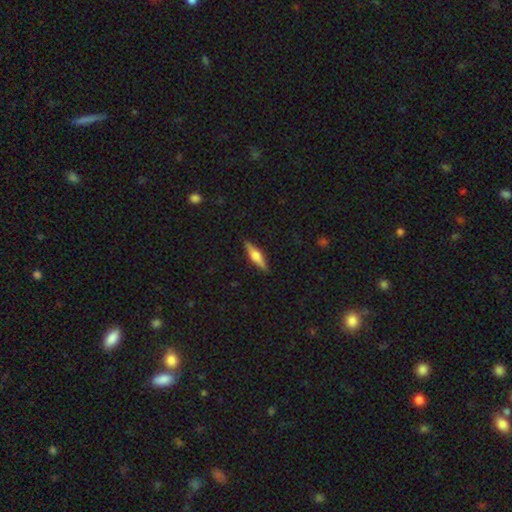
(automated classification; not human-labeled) A featured or disk galaxy (67%) viewed edge-on (97%) with a rounded central bulge (90%). Merging: none (90%).